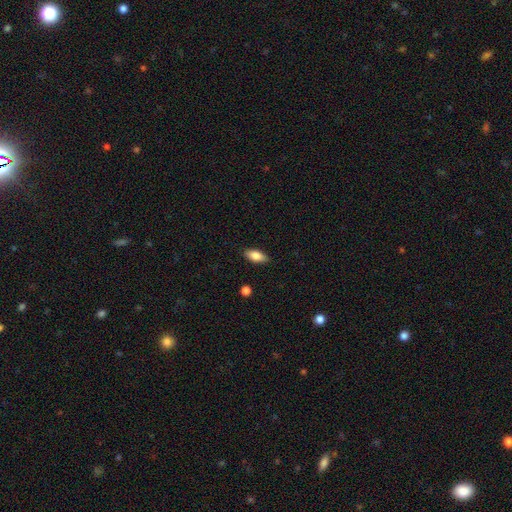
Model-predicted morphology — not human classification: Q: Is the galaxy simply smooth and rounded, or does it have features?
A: smooth — 80%.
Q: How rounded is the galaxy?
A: in between — 85%.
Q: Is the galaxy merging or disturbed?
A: none — 87%.